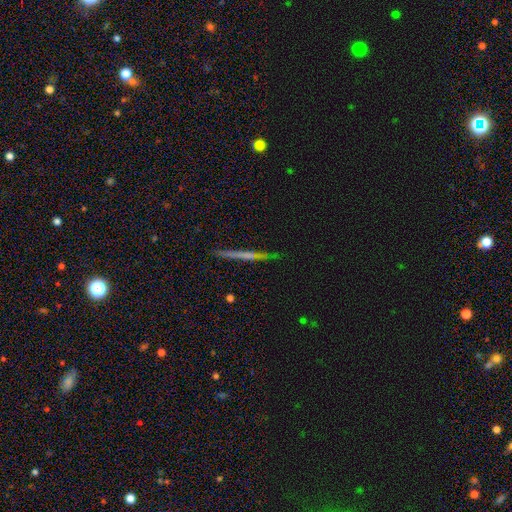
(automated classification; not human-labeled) Smooth or featured: featured or disk — 58% (smooth — 24%)
Edge-on disk: yes — 92% (no — 8%)
Edge-on bulge: rounded — 56% (none — 33%)
Merging: none — 86% (minor disturbance — 9%)